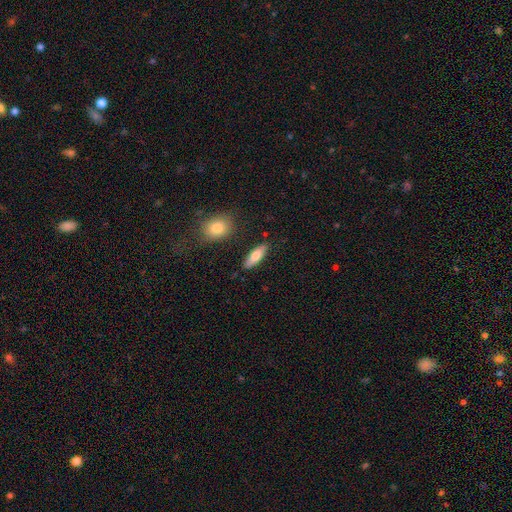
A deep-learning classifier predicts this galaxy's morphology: type=smooth (76%); roundness=in between (57%); merging=none (84%).